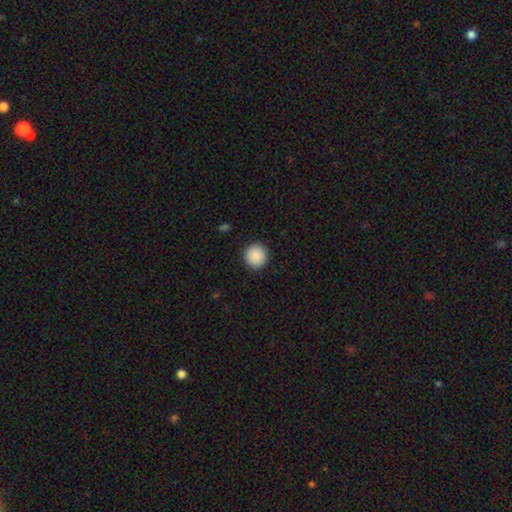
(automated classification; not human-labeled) Overall: smooth (90%). How rounded: round (95%). Merging: none (92%).